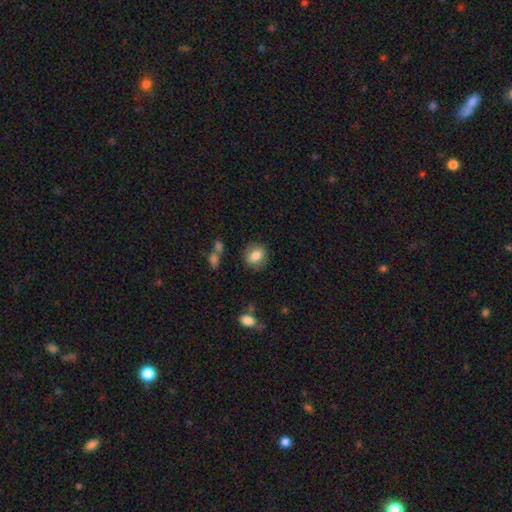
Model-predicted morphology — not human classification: The model was most divided on "how rounded": round: 58%, in between: 41%, cigar-shaped: 1%. More confident: merging — none (80%); smooth or featured — smooth (80%).